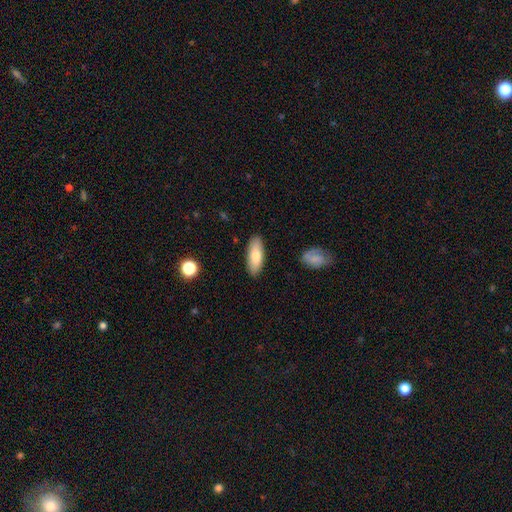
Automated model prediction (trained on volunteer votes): Smooth or featured? Predicted: smooth (p=0.77). How rounded? Predicted: in between (p=0.75). Merging? Predicted: none (p=0.88).